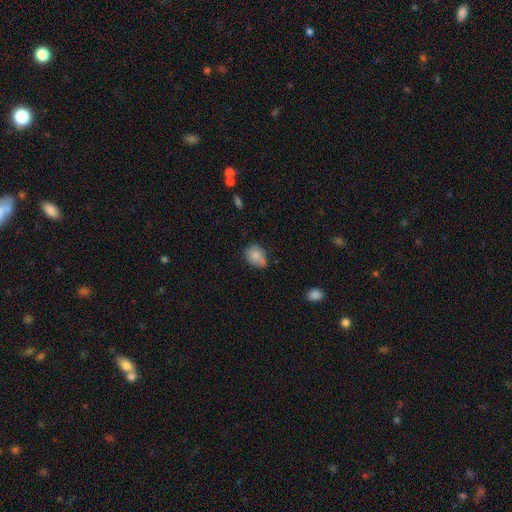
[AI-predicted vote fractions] Smooth or featured?
  - smooth: 83% *
  - star or artifact: 9%
  - featured or disk: 8%
How rounded?
  - in between: 63% *
  - round: 36%
  - cigar-shaped: 1%
Merging?
  - none: 56% *
  - minor disturbance: 34%
  - major disturbance: 6%
  - merger: 3%